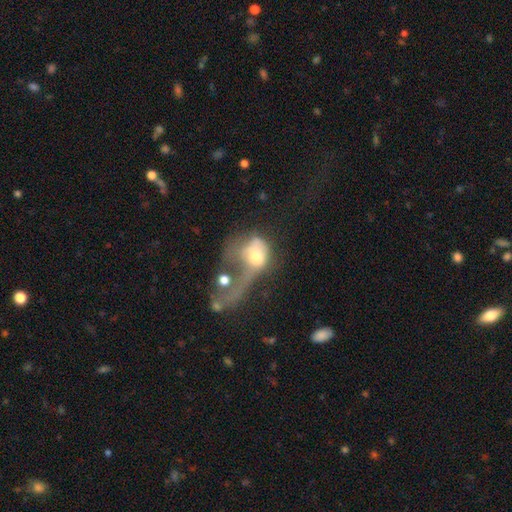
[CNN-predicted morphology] smooth 52%, featured or disk 38%, star or artifact 10%. Down the decision tree: how rounded — in between (56%); merging — major disturbance (53%).